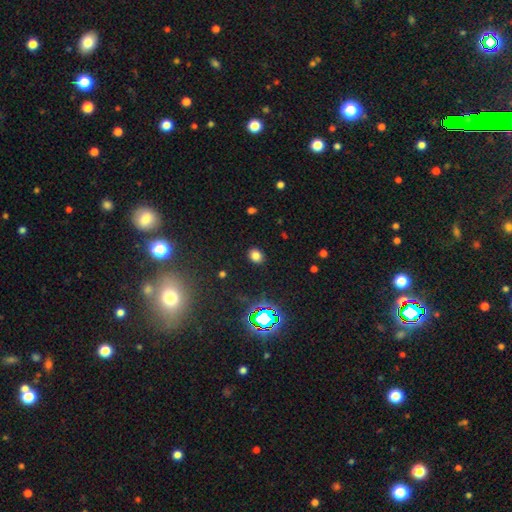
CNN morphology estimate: Smooth or featured? Predicted: smooth (p=0.74). How rounded? Predicted: in between (p=0.53). Merging? Predicted: none (p=0.88).